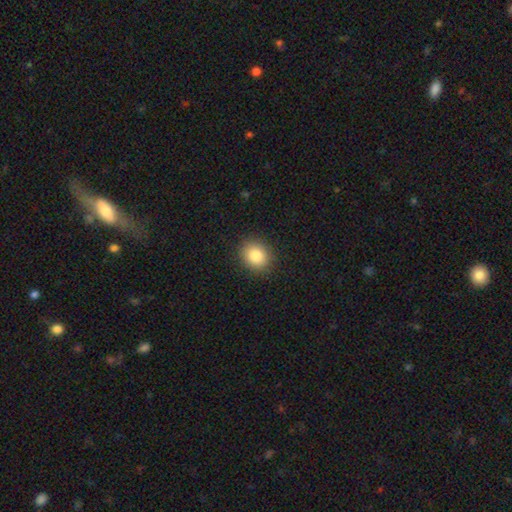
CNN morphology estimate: This appears to be a smooth galaxy with no disk features (85%) that is round (65%). Merging: none (90%).